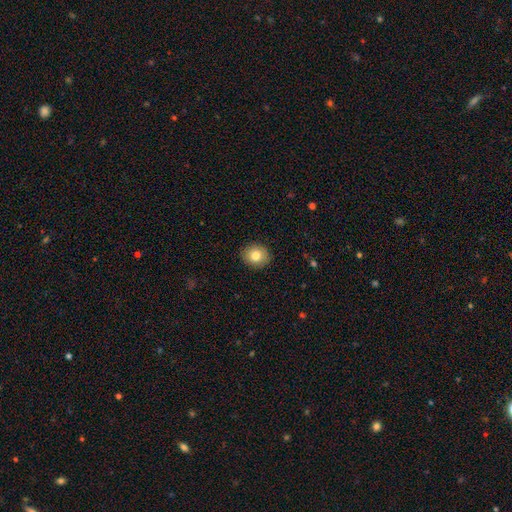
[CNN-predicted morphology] The model was most divided on "how rounded": round: 74%, in between: 25%, cigar-shaped: 1%. More confident: merging — none (90%); smooth or featured — smooth (81%).